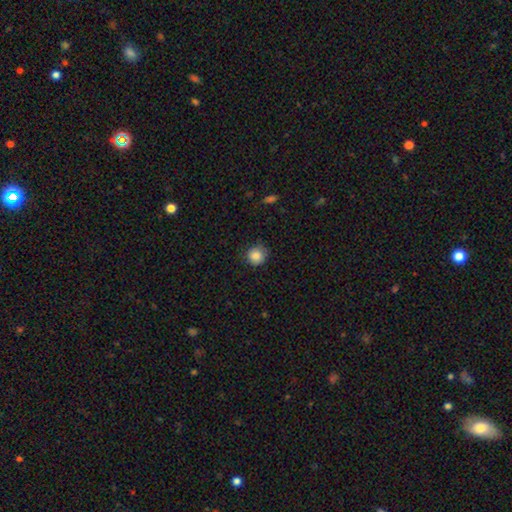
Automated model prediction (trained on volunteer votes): Morphology: type=smooth (85%); roundness=round (91%); merging=none (80%).